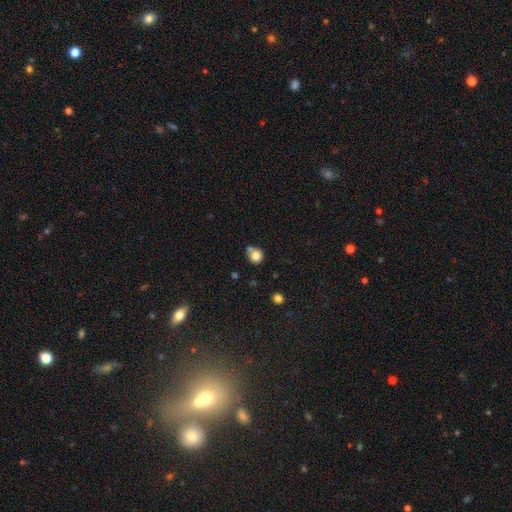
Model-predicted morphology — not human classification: This is clearly a smooth galaxy (81%). How rounded: clearly round (86%). Merging: possibly none (56%).